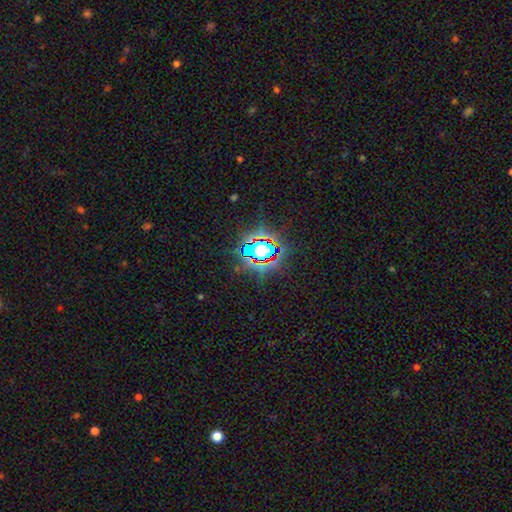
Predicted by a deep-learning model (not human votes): A star or artifact, not a galaxy (70%).